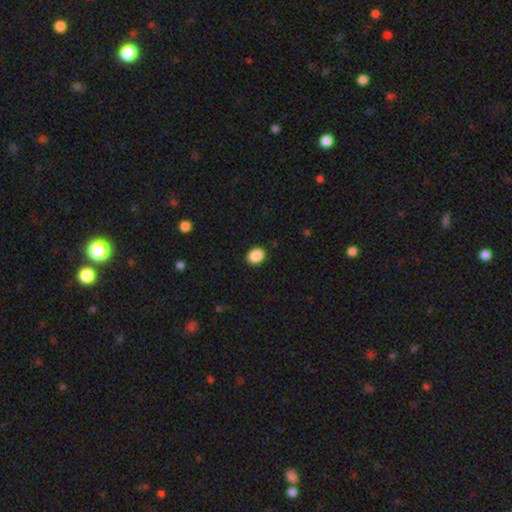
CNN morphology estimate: Q: Smooth or featured?
A: smooth (89%); runner-up: star or artifact (8%)
Q: How rounded?
A: in between (58%); runner-up: round (41%)
Q: Merging?
A: none (90%); runner-up: minor disturbance (7%)